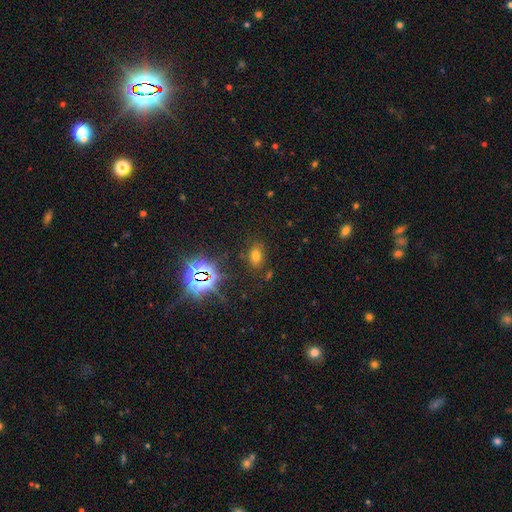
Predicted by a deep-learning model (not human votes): smooth 60%, star or artifact 30%, featured or disk 10%. Down the decision tree: how rounded — in between (79%); merging — none (81%).